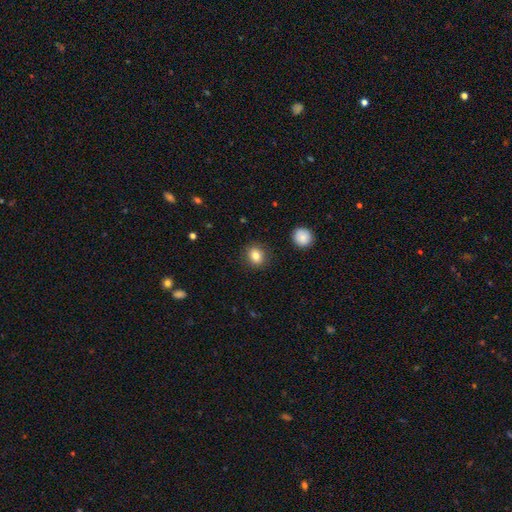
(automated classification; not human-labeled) smooth 82%, star or artifact 10%, featured or disk 8%. Down the decision tree: how rounded — round (70%); merging — none (89%).